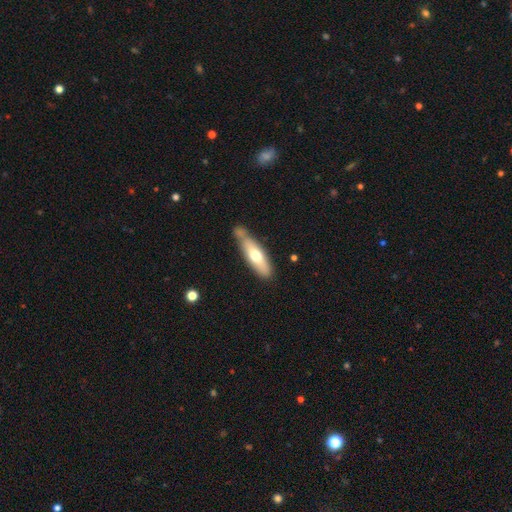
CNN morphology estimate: Smooth or featured: smooth — 60% (featured or disk — 34%)
How rounded: cigar-shaped — 59% (in between — 39%)
Merging: none — 57% (minor disturbance — 21%)